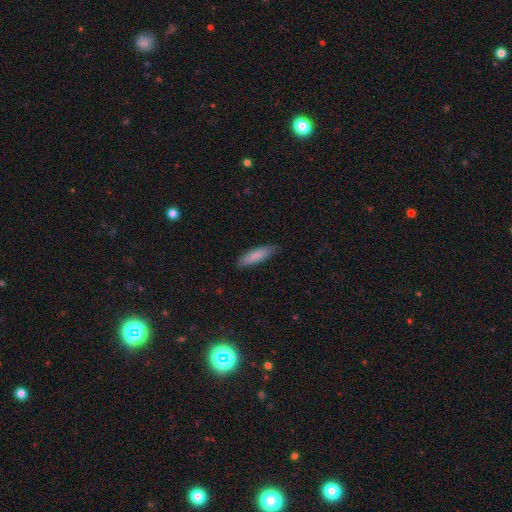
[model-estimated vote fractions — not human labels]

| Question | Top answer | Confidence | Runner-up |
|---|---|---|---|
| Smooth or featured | smooth | 85% | featured or disk (10%) |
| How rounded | cigar-shaped | 63% | in between (36%) |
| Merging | none | 82% | minor disturbance (14%) |